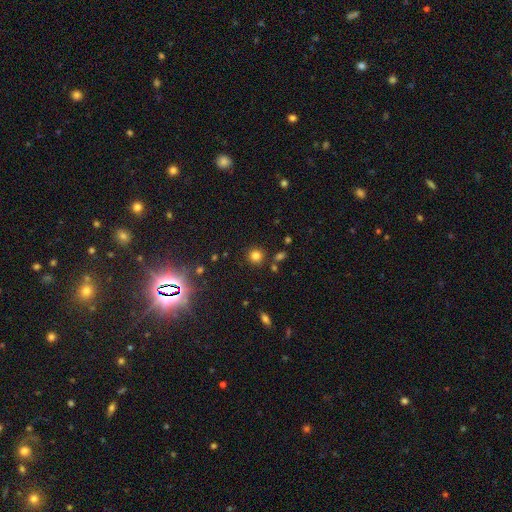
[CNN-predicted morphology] A smooth galaxy with no disk features (78%) that is round (91%). Merging: none (85%).